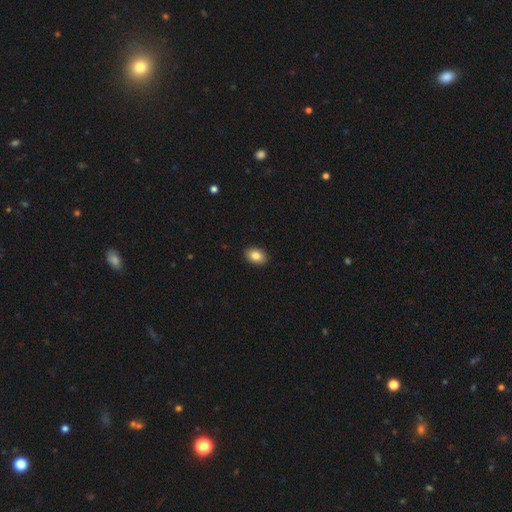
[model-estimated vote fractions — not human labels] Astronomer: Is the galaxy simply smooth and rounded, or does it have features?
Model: smooth — 84%.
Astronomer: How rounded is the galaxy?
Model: in between — 81%.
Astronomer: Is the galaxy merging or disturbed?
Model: none — 90%.